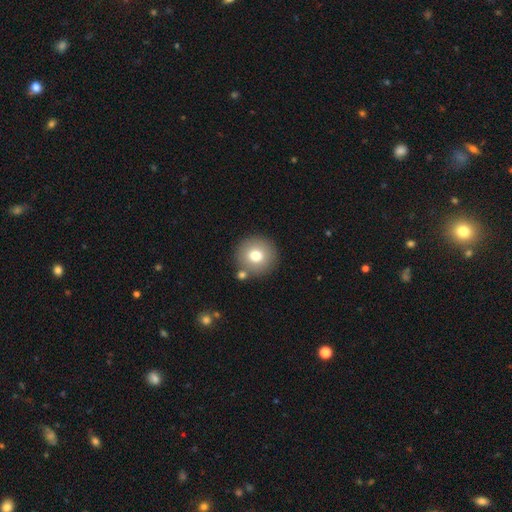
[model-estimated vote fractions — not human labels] A smooth galaxy with no disk features (76%) that is round (94%).

Vote fractions:
- Smooth or featured? smooth: 76% / featured or disk: 14% / star or artifact: 11%
- How rounded? round: 94% / in between: 5% / cigar-shaped: 1%
- Merging? none: 82% / merger: 8% / minor disturbance: 7% / major disturbance: 2%